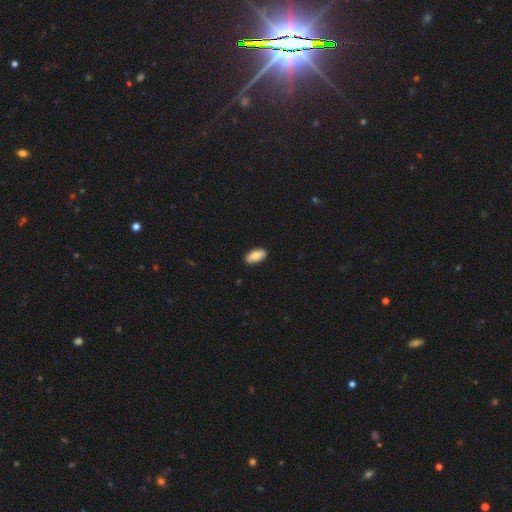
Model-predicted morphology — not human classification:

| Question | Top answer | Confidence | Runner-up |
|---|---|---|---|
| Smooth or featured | smooth | 83% | featured or disk (10%) |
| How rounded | in between | 93% | cigar-shaped (4%) |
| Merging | none | 88% | minor disturbance (9%) |